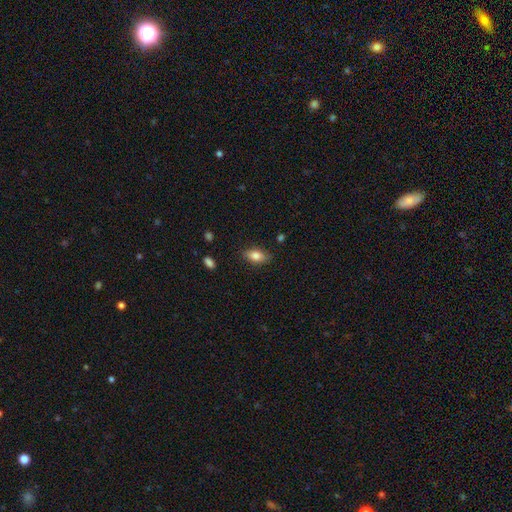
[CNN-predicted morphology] Smooth or featured?
  - smooth: 81% *
  - featured or disk: 11%
  - star or artifact: 8%
How rounded?
  - in between: 87% *
  - cigar-shaped: 7%
  - round: 6%
Merging?
  - none: 82% *
  - minor disturbance: 14%
  - major disturbance: 3%
  - merger: 1%